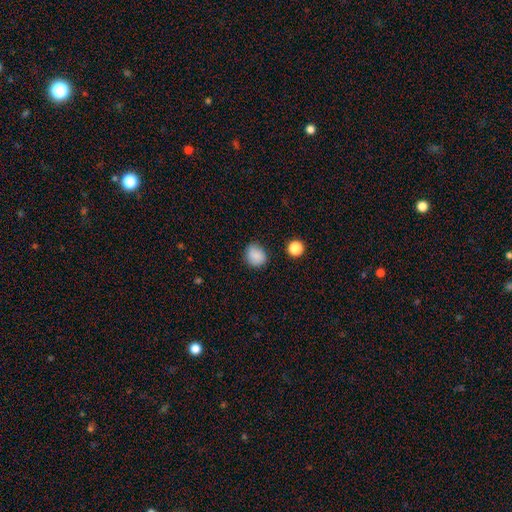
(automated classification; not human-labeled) smooth-or-featured: smooth: 85% | star or artifact: 10% | featured or disk: 5%
  how-rounded: round: 73% | in between: 26% | cigar-shaped: 1%
  merging: none: 82% | minor disturbance: 13% | major disturbance: 3% | merger: 2%